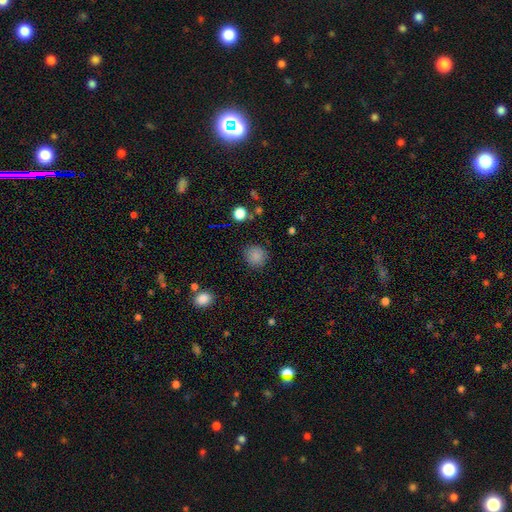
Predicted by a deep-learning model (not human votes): smooth 85%, star or artifact 11%, featured or disk 4%. Down the decision tree: how rounded — round (89%); merging — none (86%).